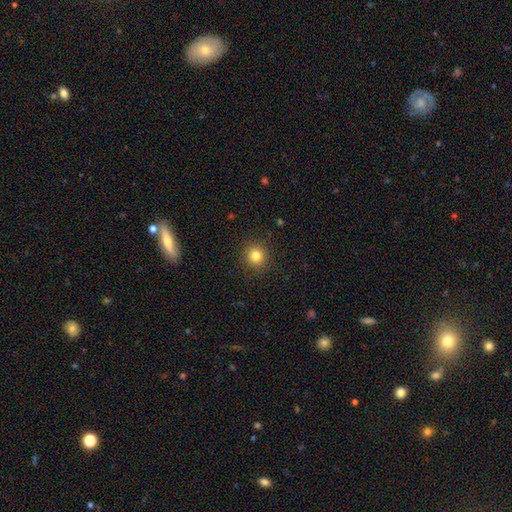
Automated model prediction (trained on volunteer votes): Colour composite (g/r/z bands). It shows a smooth galaxy with no disk features (82%) that is round (92%). Merging: none (90%).